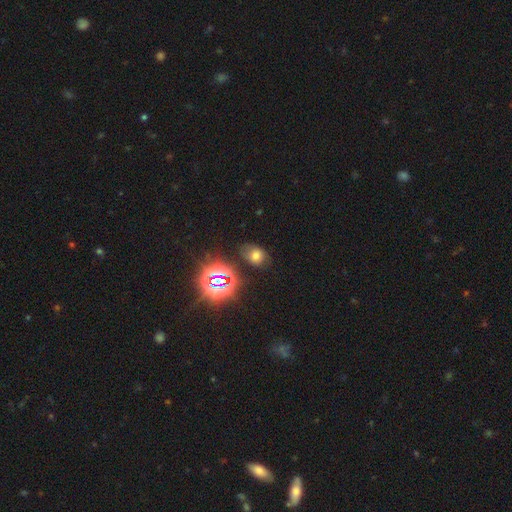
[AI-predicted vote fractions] Morphology: type=smooth (59%); roundness=in between (58%); merging=none (68%).